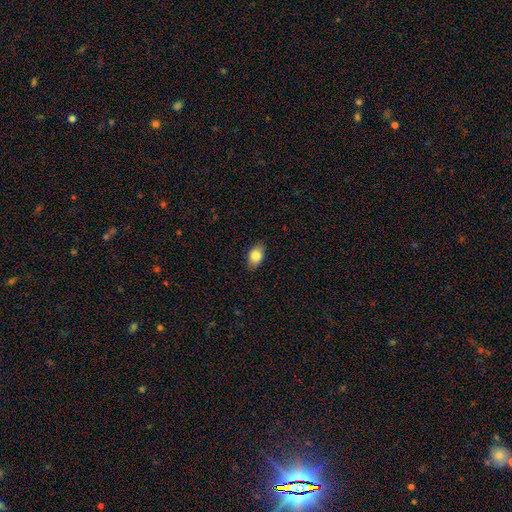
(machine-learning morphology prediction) A smooth galaxy with no disk features (82%) that is in between round and cigar-shaped (84%).

Vote fractions:
- Smooth or featured? smooth: 82% / featured or disk: 10% / star or artifact: 8%
- How rounded? in between: 84% / round: 14% / cigar-shaped: 2%
- Merging? none: 83% / minor disturbance: 14% / major disturbance: 3% / merger: 1%